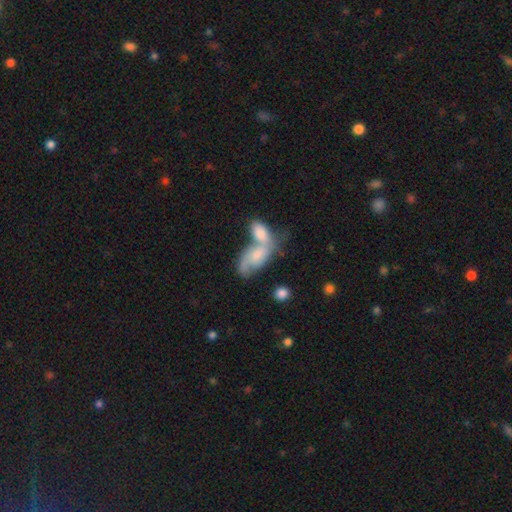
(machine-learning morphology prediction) smooth_or_featured: smooth (p=0.54) [alt: featured or disk p=0.39]
how_rounded: in between (p=0.89) [alt: cigar-shaped p=0.06]
merging: merger (p=0.66) [alt: none p=0.16]